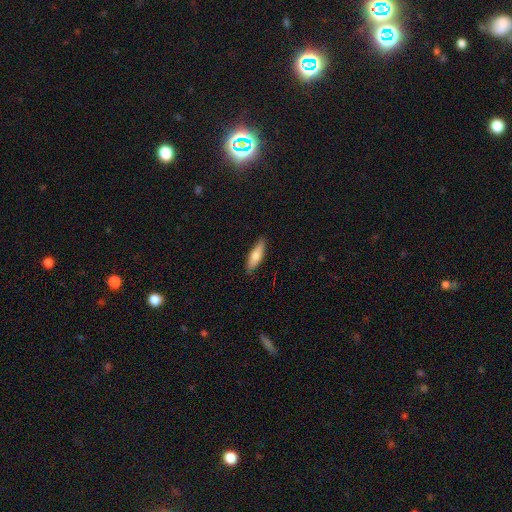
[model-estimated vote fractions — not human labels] smooth 77%, featured or disk 18%, star or artifact 6%. Down the decision tree: how rounded — cigar-shaped (58%); merging — none (86%).